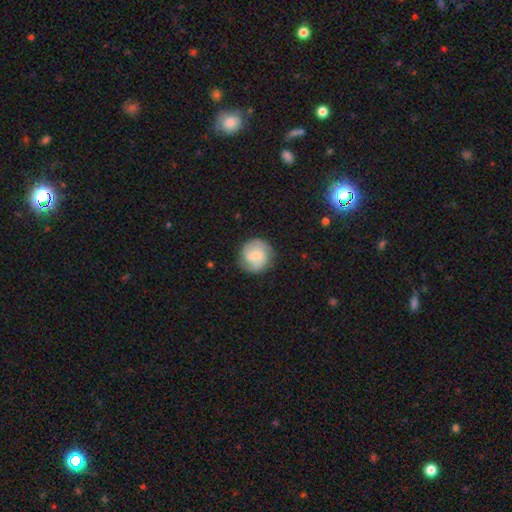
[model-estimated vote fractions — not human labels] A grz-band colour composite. It shows a featured or disk galaxy (52%) with a weak bar (53%), spiral arms (87%) and a small central bulge (53%). Merging: none (82%).